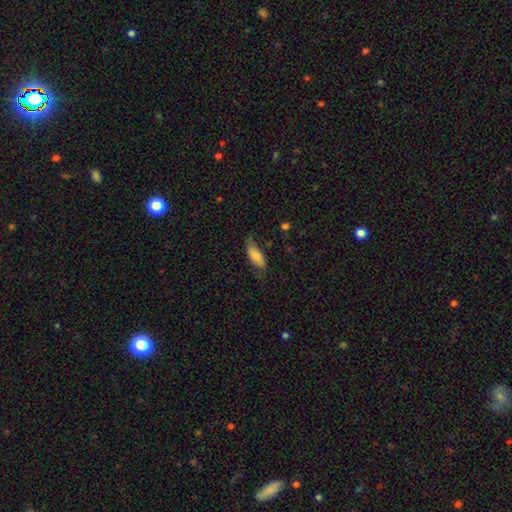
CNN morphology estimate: type=smooth (68%); roundness=in between (79%); merging=none (60%).